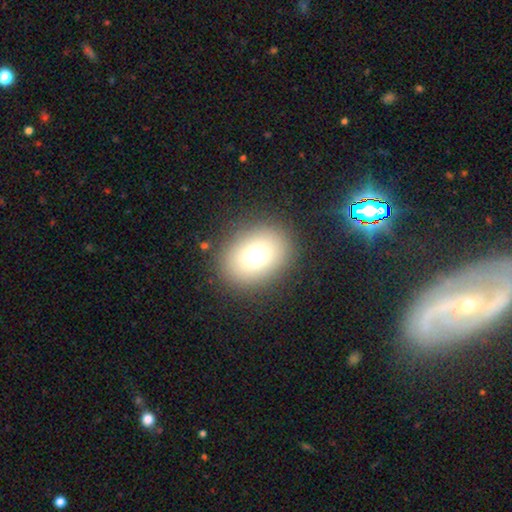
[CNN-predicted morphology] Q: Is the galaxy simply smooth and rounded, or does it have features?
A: smooth — 75%.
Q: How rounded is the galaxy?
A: in between — 54%.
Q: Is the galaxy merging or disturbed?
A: none — 86%.